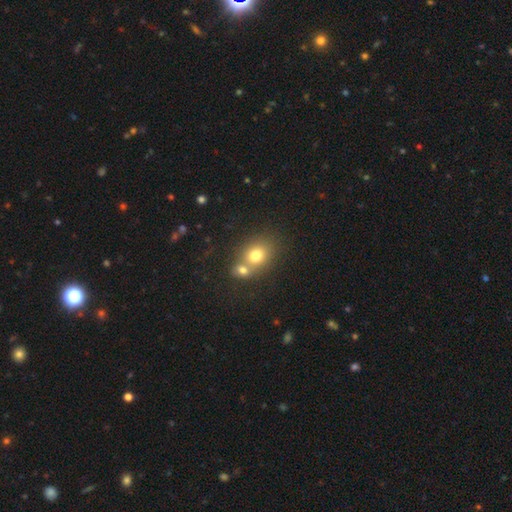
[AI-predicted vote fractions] This is likely a smooth galaxy (74%). How rounded: possibly round (58%). Merging: possibly merger (50%).